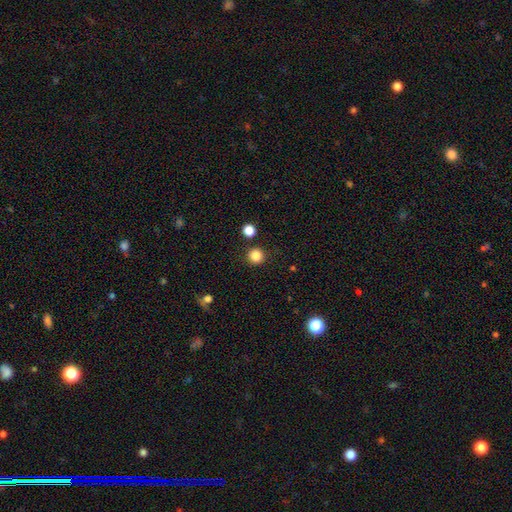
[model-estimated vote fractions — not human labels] The model was most divided on "smooth or featured": smooth: 85%, star or artifact: 12%, featured or disk: 3%. More confident: how rounded — round (95%); merging — none (90%).